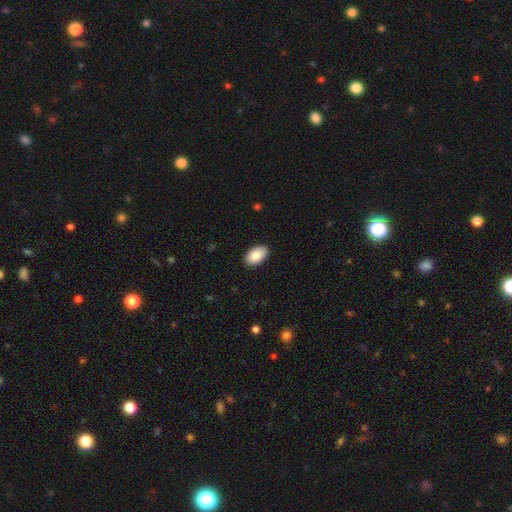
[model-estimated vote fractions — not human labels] Smooth or featured? Predicted: smooth (p=0.85). How rounded? Predicted: in between (p=0.94). Merging? Predicted: none (p=0.90).